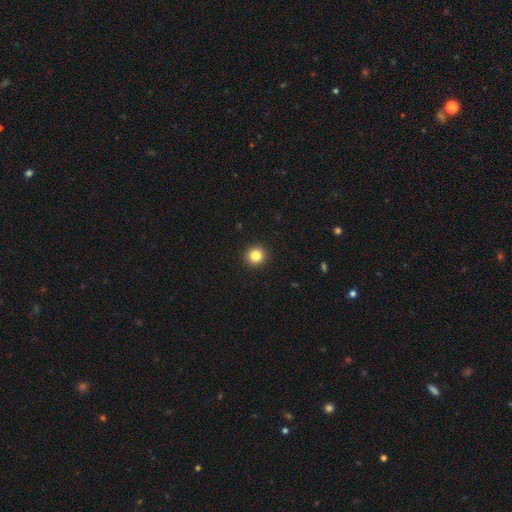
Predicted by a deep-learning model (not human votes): Morphology: type=smooth (83%); roundness=round (94%); merging=none (93%).